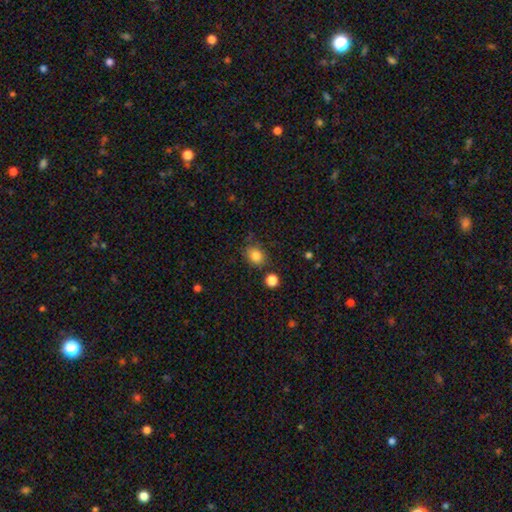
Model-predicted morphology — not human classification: This appears to be a smooth galaxy with no disk features (82%) that is round (61%). Merging: none (74%).